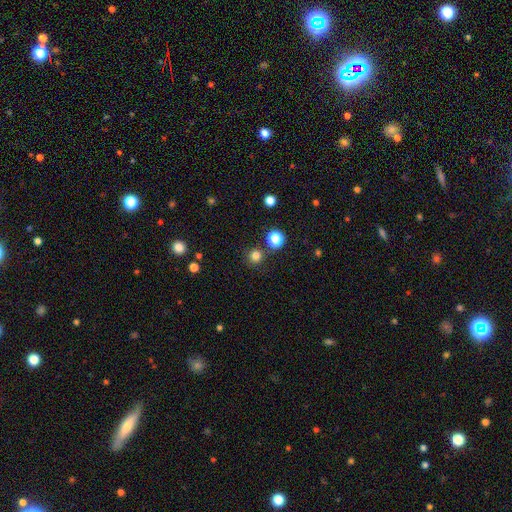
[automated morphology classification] A smooth galaxy with no disk features (79%) that is round (95%). Merging: none (87%).